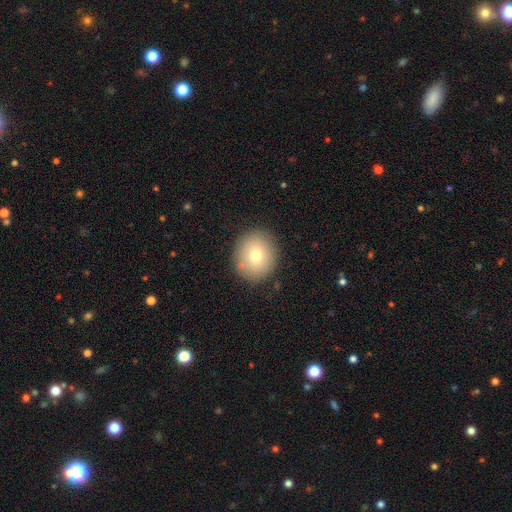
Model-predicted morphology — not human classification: This is likely a smooth galaxy (73%). How rounded: clearly round (80%). Merging: clearly none (87%).